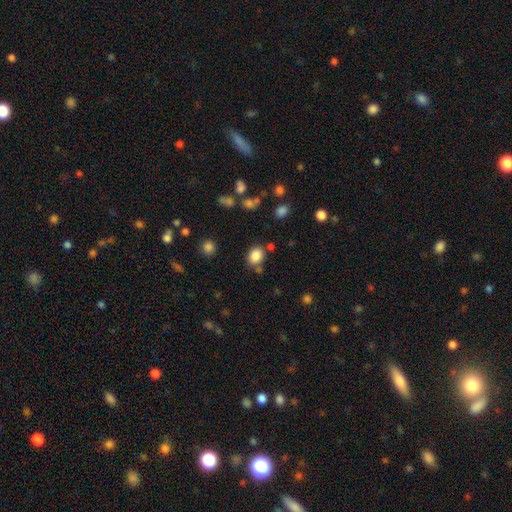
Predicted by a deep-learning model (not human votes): Smooth or featured? smooth (85%)
How rounded? in between (59%)
Merging? none (73%)